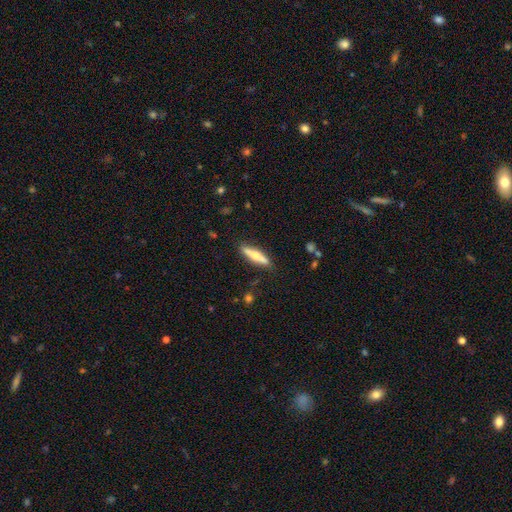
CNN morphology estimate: A smooth galaxy with no disk features (51%) that is cigar-shaped (83%). Merging: none (85%).